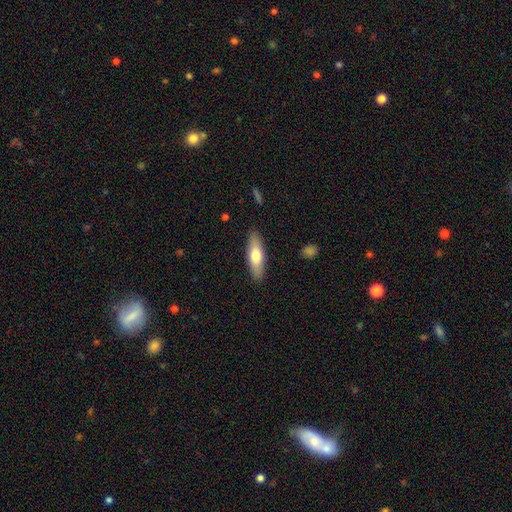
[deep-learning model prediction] Smooth or featured: smooth — 65% (featured or disk — 29%)
How rounded: cigar-shaped — 51% (in between — 47%)
Merging: none — 88% (minor disturbance — 9%)